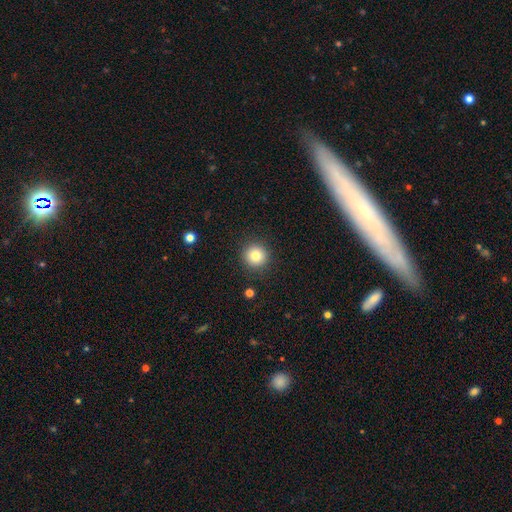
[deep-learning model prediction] smooth 80%, star or artifact 11%, featured or disk 8%. Down the decision tree: how rounded — round (95%); merging — none (90%).